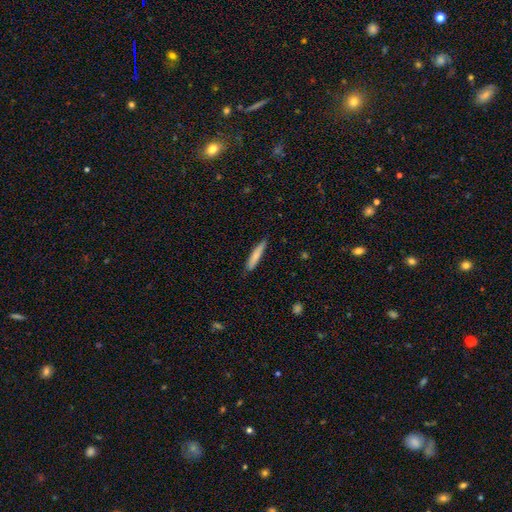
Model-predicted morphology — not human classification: smooth_or_featured: smooth (p=0.77) [alt: featured or disk p=0.17]
how_rounded: cigar-shaped (p=0.91) [alt: in between p=0.07]
merging: none (p=0.84) [alt: minor disturbance p=0.12]